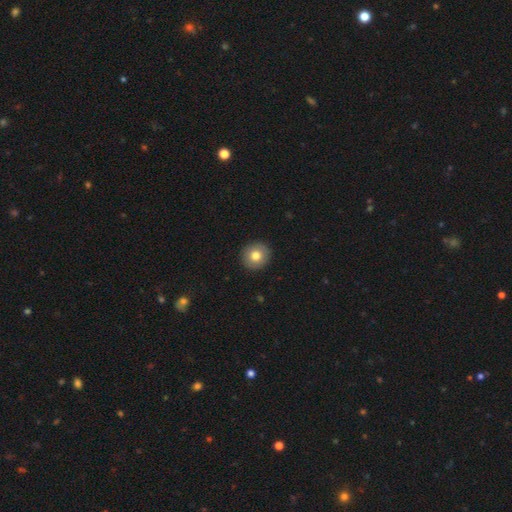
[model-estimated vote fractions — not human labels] Smooth or featured: smooth — 78% (featured or disk — 14%)
How rounded: round — 91% (in between — 8%)
Merging: none — 92% (minor disturbance — 5%)